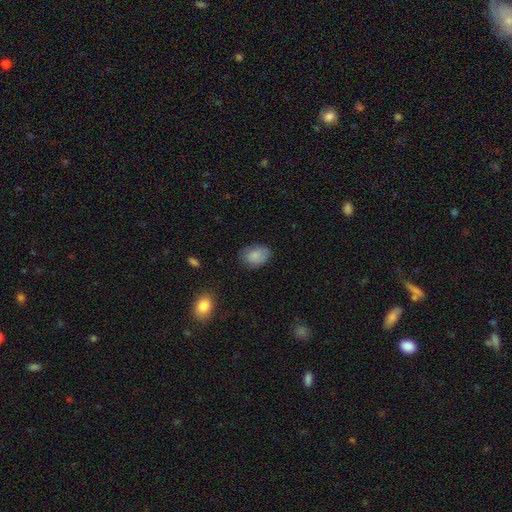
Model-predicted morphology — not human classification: smooth_or_featured: smooth (p=0.84) [alt: star or artifact p=0.08]
how_rounded: in between (p=0.82) [alt: round p=0.17]
merging: none (p=0.74) [alt: minor disturbance p=0.20]